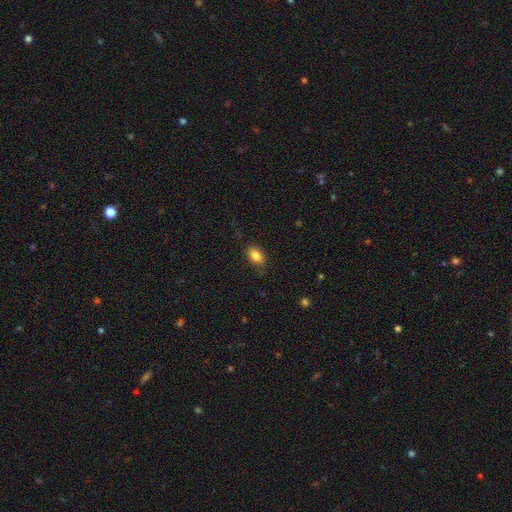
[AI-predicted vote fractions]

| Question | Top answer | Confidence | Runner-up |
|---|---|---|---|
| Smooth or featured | smooth | 83% | star or artifact (8%) |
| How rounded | in between | 87% | round (10%) |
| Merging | none | 84% | minor disturbance (12%) |